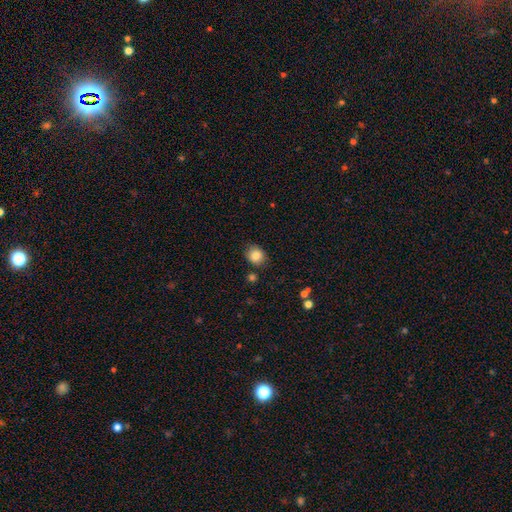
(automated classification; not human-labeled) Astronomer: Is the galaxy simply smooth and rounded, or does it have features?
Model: smooth — 85%.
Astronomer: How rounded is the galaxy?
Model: round — 73%.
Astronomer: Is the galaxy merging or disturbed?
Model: none — 82%.